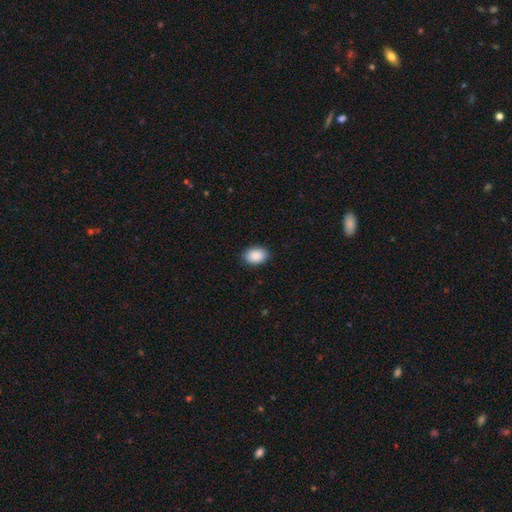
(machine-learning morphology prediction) smooth-or-featured: smooth: 90% | star or artifact: 7% | featured or disk: 3%
  how-rounded: in between: 83% | round: 16% | cigar-shaped: 1%
  merging: none: 89% | minor disturbance: 8% | major disturbance: 2% | merger: 1%